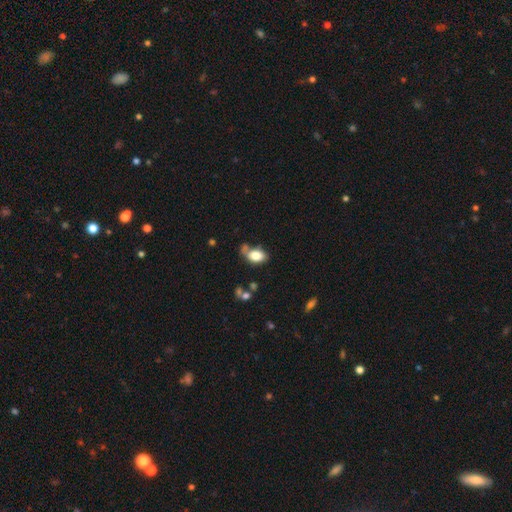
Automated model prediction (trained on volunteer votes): Morphology: type=smooth (80%); roundness=in between (86%); merging=none (48%).